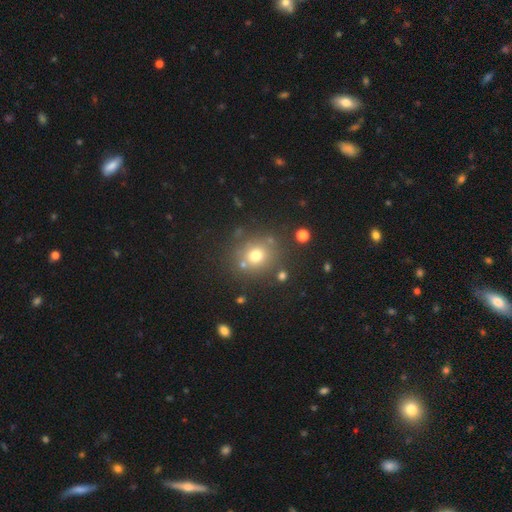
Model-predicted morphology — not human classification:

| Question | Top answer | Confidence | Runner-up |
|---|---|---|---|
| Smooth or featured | smooth | 72% | star or artifact (17%) |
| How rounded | round | 84% | in between (15%) |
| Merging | none | 78% | minor disturbance (10%) |